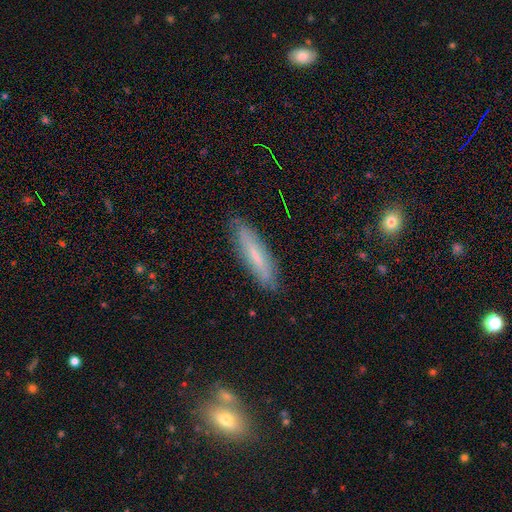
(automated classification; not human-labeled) This appears to be a smooth galaxy with no disk features (56%) that is cigar-shaped (77%). Merging: none (84%).